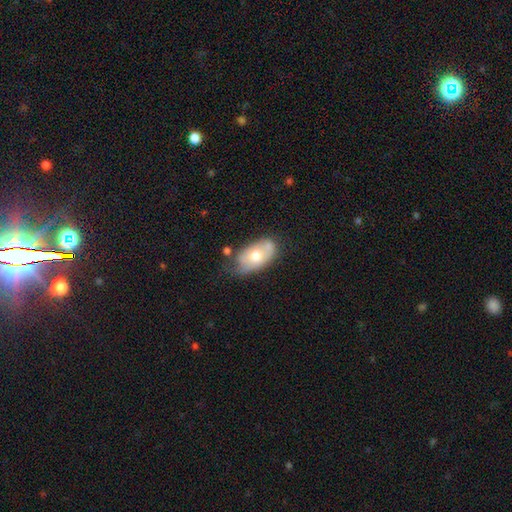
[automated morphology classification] Smooth or featured?
  - smooth: 60% *
  - featured or disk: 34%
  - star or artifact: 7%
How rounded?
  - in between: 92% *
  - round: 6%
  - cigar-shaped: 2%
Merging?
  - none: 48% *
  - minor disturbance: 32%
  - merger: 11%
  - major disturbance: 10%